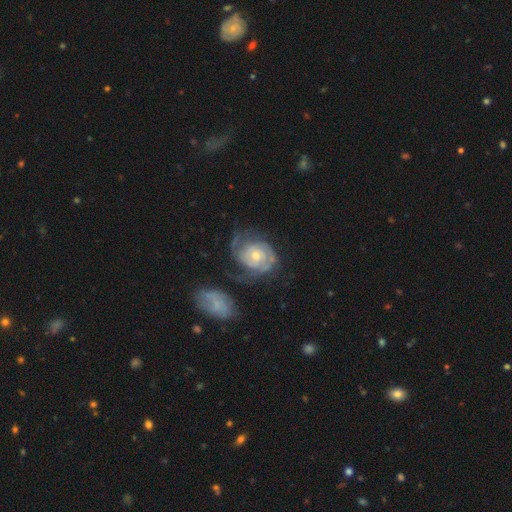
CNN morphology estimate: A featured or disk galaxy (82%) with no bar (67%), 2 (42%) tight (60%) spiral arms (92%) and a moderate central bulge (48%). Merging: none (45%).